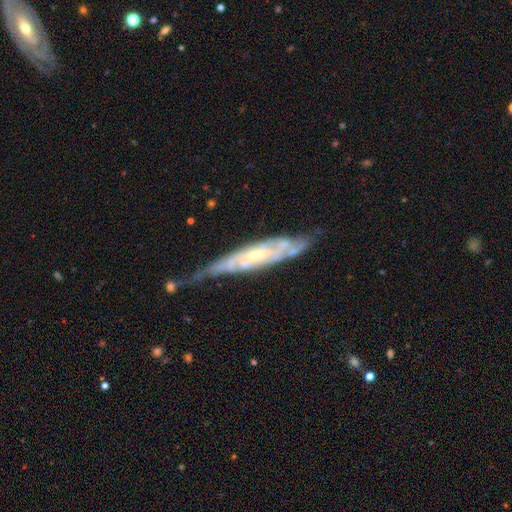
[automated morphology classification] A featured or disk galaxy (82%) with no bar (41%, tied with weak), spiral arms (89%) and a small central bulge (45%).

Vote fractions:
- Smooth or featured? featured or disk: 82% / smooth: 13% / star or artifact: 6%
- Edge-on disk? no: 63% / yes: 37%
- Bar? no: 41% (tied) / weak: 41% (tied) / strong: 18%
- Spiral arms? yes: 89% / no: 11%
- Bulge size? small: 45% / moderate: 44% / none: 5% / large: 4% / dominant: 1%
- Merging? none: 49% / minor disturbance: 32% / major disturbance: 15% / merger: 4%